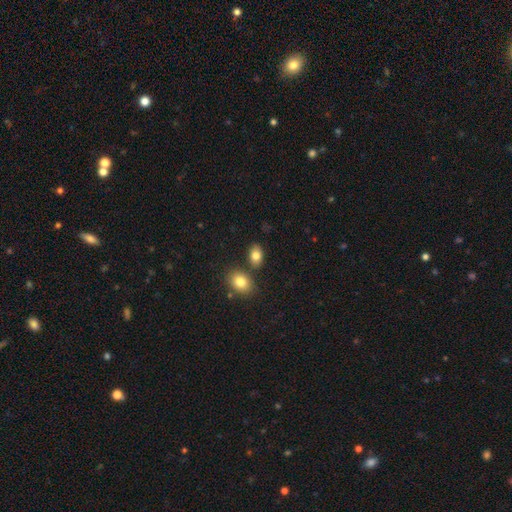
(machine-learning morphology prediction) Smooth or featured?
  - smooth: 82% *
  - featured or disk: 9%
  - star or artifact: 9%
How rounded?
  - in between: 84% *
  - round: 15%
  - cigar-shaped: 2%
Merging?
  - none: 73% *
  - merger: 14%
  - minor disturbance: 11%
  - major disturbance: 3%